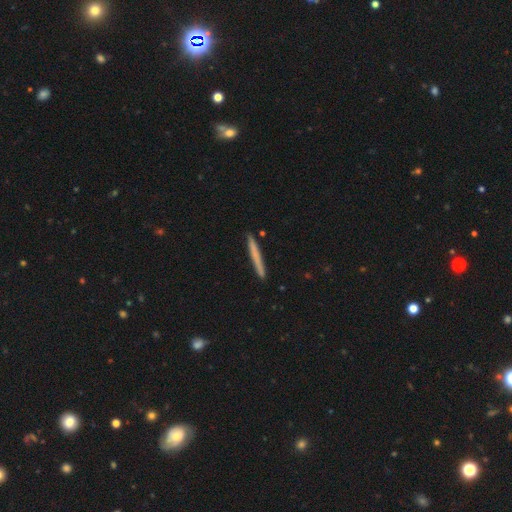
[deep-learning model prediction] Smooth or featured? Predicted: smooth (p=0.66). How rounded? Predicted: cigar-shaped (p=0.97). Merging? Predicted: none (p=0.91).